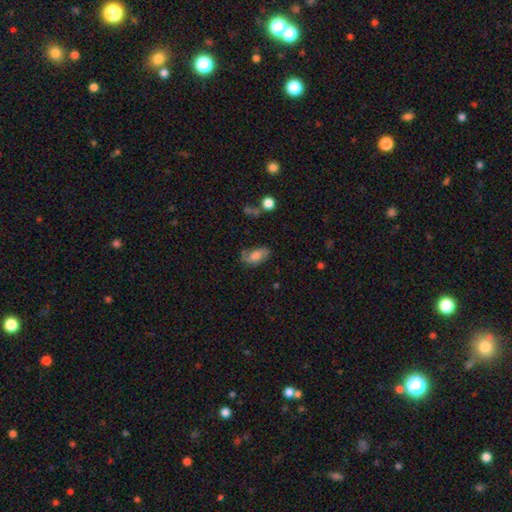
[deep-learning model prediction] Overall: smooth (59%; featured or disk 33%). How rounded: in between (90%). Merging: none (58%; minor disturbance 28%).